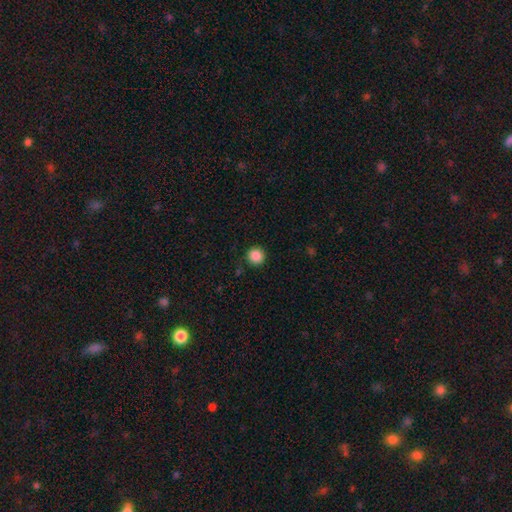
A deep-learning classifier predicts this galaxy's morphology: Q: Smooth or featured?
A: smooth (87%); runner-up: star or artifact (10%)
Q: How rounded?
A: round (94%); runner-up: in between (5%)
Q: Merging?
A: none (90%); runner-up: minor disturbance (6%)